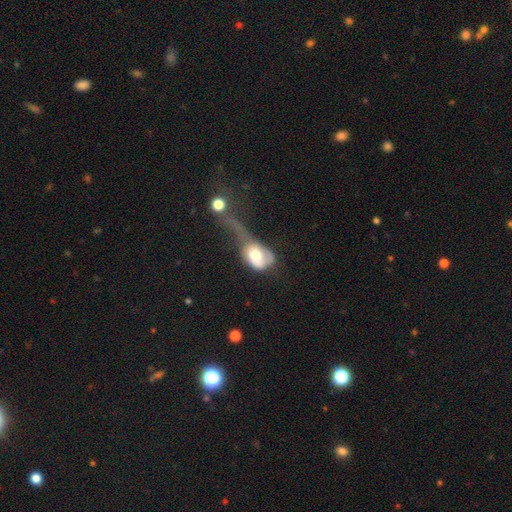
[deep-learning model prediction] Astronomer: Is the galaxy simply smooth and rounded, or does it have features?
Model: smooth — 58% (runner-up: featured or disk, 35%).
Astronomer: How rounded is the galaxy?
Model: in between — 76%.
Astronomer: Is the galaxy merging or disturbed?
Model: major disturbance — 59%.